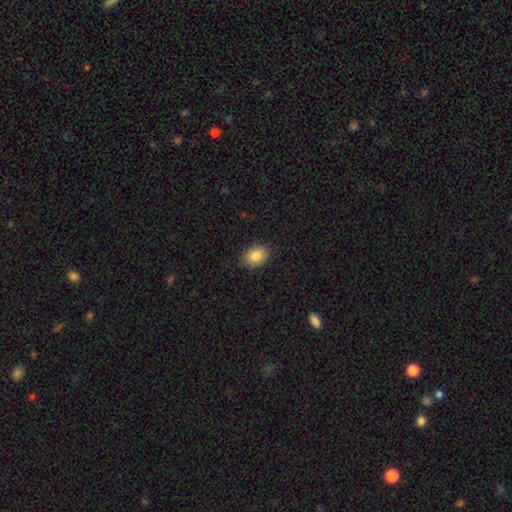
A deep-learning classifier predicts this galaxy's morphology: smooth 86%, star or artifact 8%, featured or disk 6%. Down the decision tree: how rounded — in between (74%); merging — none (87%).